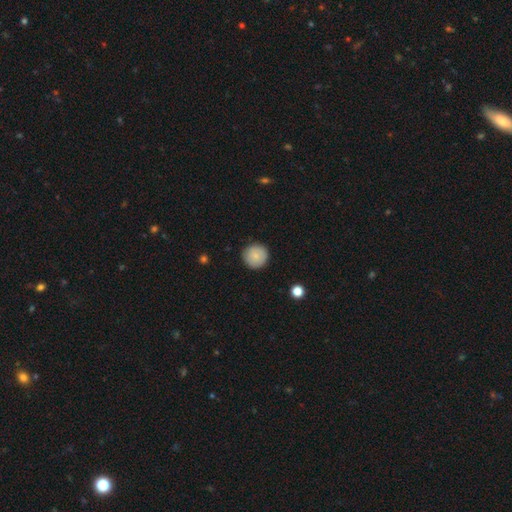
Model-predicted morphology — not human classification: Overall: smooth (85%). How rounded: round (96%). Merging: none (91%).